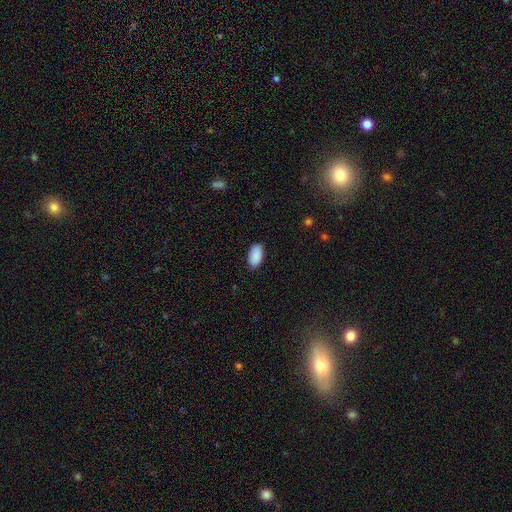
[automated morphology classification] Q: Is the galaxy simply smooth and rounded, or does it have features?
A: smooth — 91%.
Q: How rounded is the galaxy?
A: in between — 95%.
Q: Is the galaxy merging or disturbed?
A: none — 87%.